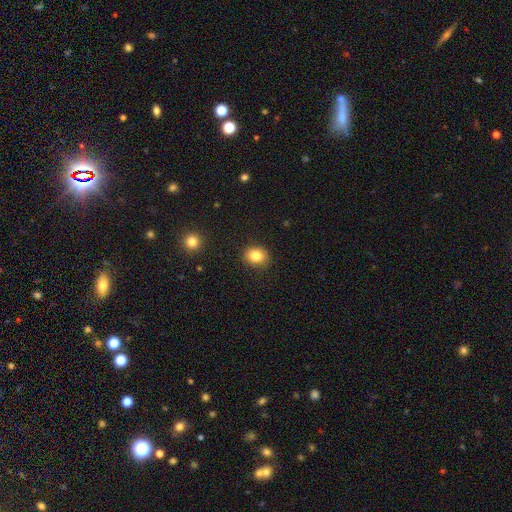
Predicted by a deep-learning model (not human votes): smooth-or-featured: smooth: 83% | star or artifact: 10% | featured or disk: 7%
  how-rounded: round: 63% | in between: 36% | cigar-shaped: 1%
  merging: none: 88% | minor disturbance: 8% | major disturbance: 2% | merger: 1%